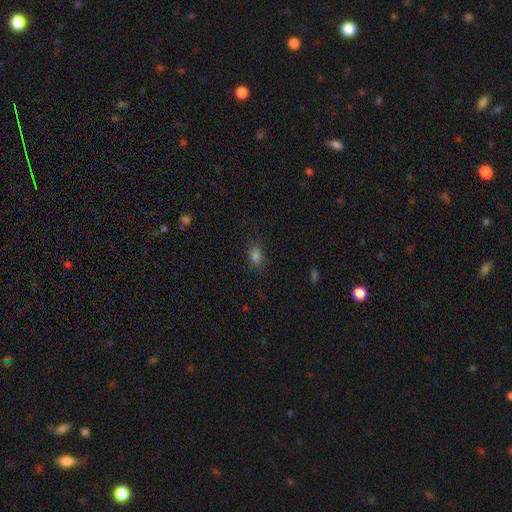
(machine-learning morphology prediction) Smooth or featured? Predicted: smooth (p=0.77). How rounded? Predicted: in between (p=0.74). Merging? Predicted: none (p=0.82).